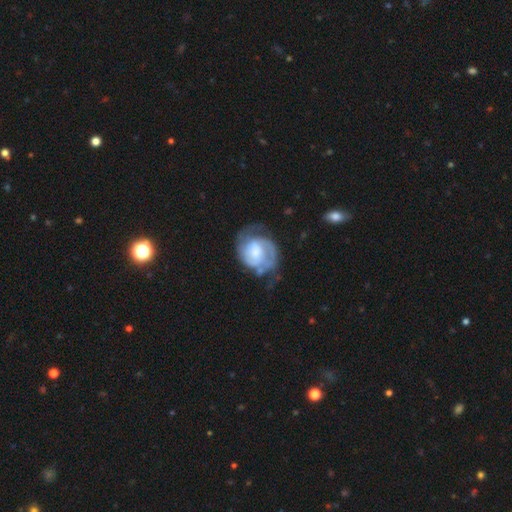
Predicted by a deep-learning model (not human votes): This appears to be a featured or disk galaxy (70%) with no bar (59%), 2 (56%) tight (44%) spiral arms (85%) and a moderate central bulge (27%). Merging: none (43%).